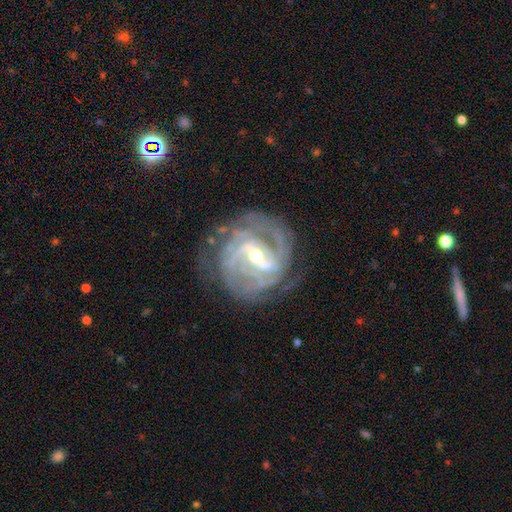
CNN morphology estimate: Overall: featured or disk (90%). Edge-on disk: no (97%). Bar: strong (48%; weak 40%). Spiral arms: yes (97%). Spiral arm count: 2 (28%; 3 23%). Spiral winding: tight (64%; medium 30%). Bulge size: moderate (50%; small 46%). Merging: none (73%).